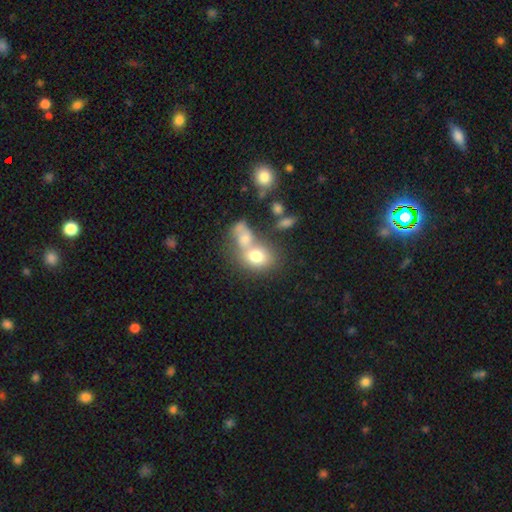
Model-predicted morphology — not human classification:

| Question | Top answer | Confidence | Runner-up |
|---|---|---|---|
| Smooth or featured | smooth | 72% | featured or disk (17%) |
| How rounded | in between | 53% | round (45%) |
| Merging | merger | 56% | none (28%) |